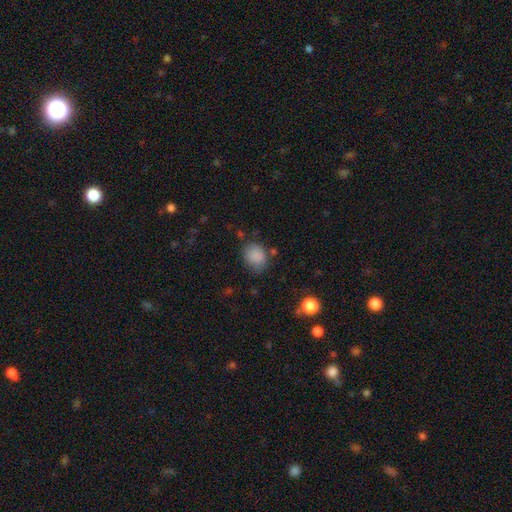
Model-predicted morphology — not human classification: A smooth galaxy with no disk features (85%) that is round (57%). Merging: none (70%).